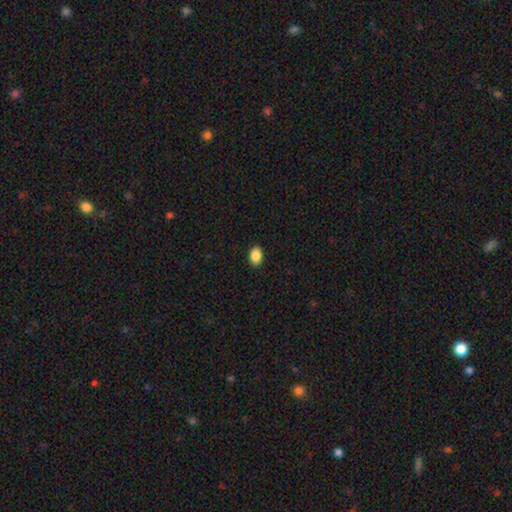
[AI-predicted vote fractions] smooth-or-featured: smooth: 88% | star or artifact: 8% | featured or disk: 4%
  how-rounded: in between: 78% | round: 21% | cigar-shaped: 1%
  merging: none: 91% | minor disturbance: 7% | major disturbance: 2% | merger: 1%